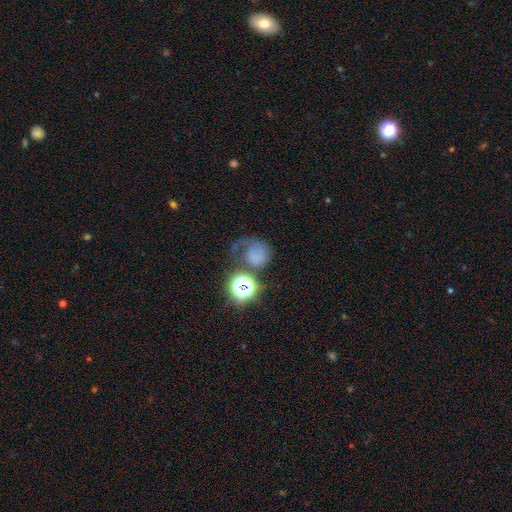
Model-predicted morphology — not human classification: Q: Smooth or featured?
A: smooth (55%); runner-up: featured or disk (25%)
Q: How rounded?
A: round (75%); runner-up: in between (24%)
Q: Merging?
A: none (34%); tied with: major disturbance (34%)